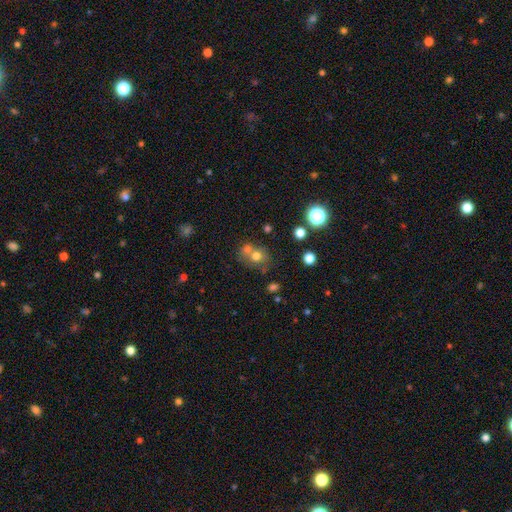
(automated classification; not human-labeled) Smooth or featured?
  - smooth: 68% *
  - star or artifact: 17%
  - featured or disk: 15%
How rounded?
  - round: 74% *
  - in between: 25%
  - cigar-shaped: 1%
Merging?
  - none: 46% *
  - merger: 41%
  - minor disturbance: 9%
  - major disturbance: 4%